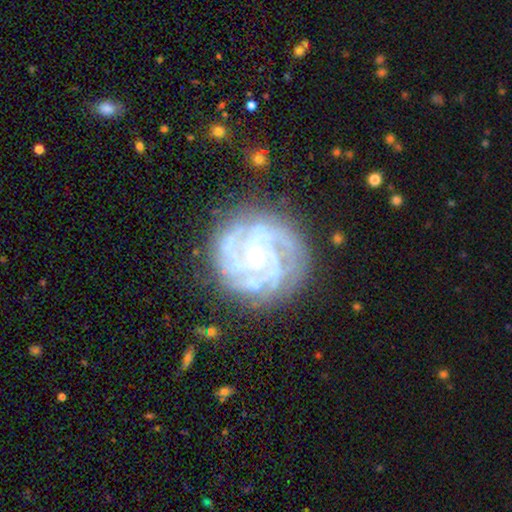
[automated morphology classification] A featured or disk galaxy (88%) with no bar (59%), 3 (28%) tight (71%) spiral arms (97%) and a small central bulge (77%).

Vote fractions:
- Smooth or featured? featured or disk: 88% / smooth: 6% / star or artifact: 6%
- Edge-on disk? no: 98% / yes: 2%
- Bar? no: 59% / weak: 30% / strong: 11%
- Spiral arms? yes: 97% / no: 3%
- Spiral winding? tight: 71% / medium: 25% / loose: 4%
- Spiral arm count? 3: 28% / 4: 27% / can't tell: 18% / 2: 12% / more than 4: 9% / 1: 6%
- Bulge size? small: 77% / moderate: 18% / none: 3% / large: 1% / dominant: 1%
- Merging? none: 78% / minor disturbance: 15% / major disturbance: 6% / merger: 2%